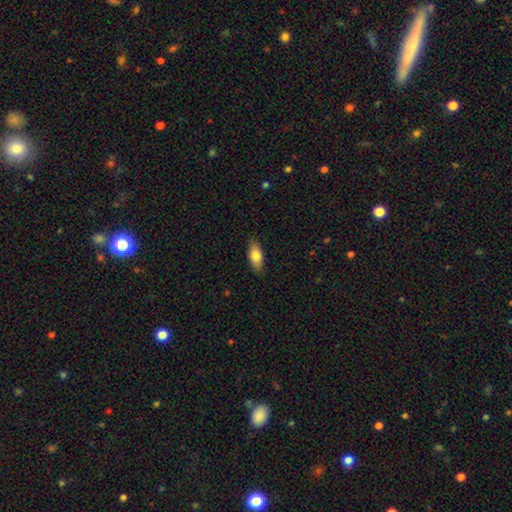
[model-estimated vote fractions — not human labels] The model was most divided on "smooth or featured": smooth: 77%, featured or disk: 16%, star or artifact: 6%. More confident: merging — none (87%); how rounded — in between (82%).